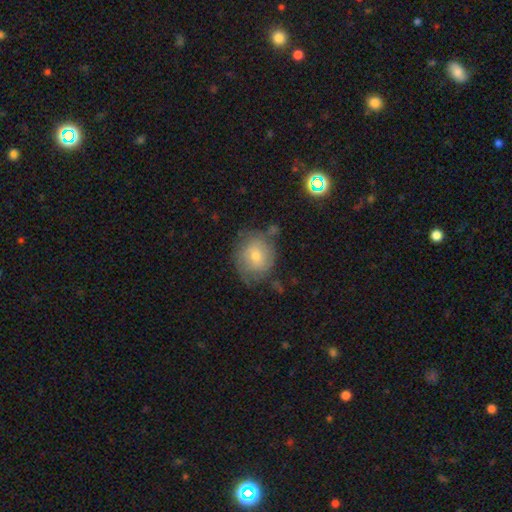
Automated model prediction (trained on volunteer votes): The model was most divided on "smooth or featured": smooth: 58%, featured or disk: 31%, star or artifact: 10%. More confident: how rounded — round (74%); merging — none (61%).